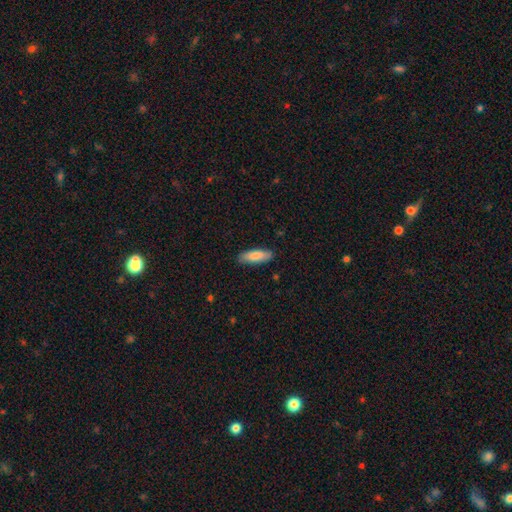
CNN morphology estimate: Smooth or featured? Predicted: smooth (p=0.84). How rounded? Predicted: in between (p=0.51). Merging? Predicted: none (p=0.86).